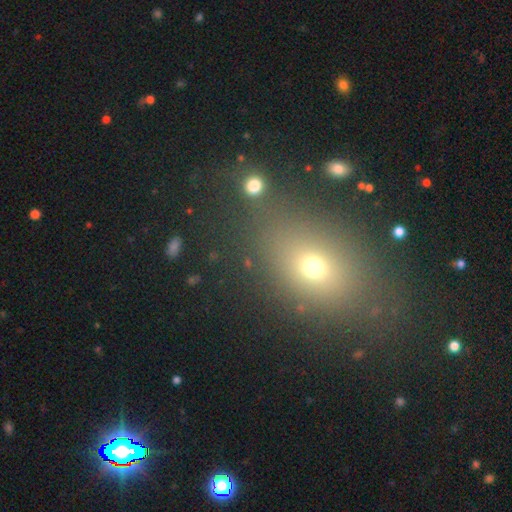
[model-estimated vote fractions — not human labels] This appears to be a smooth galaxy with no disk features (56%) that is in between round and cigar-shaped (63%). Merging: none (82%).